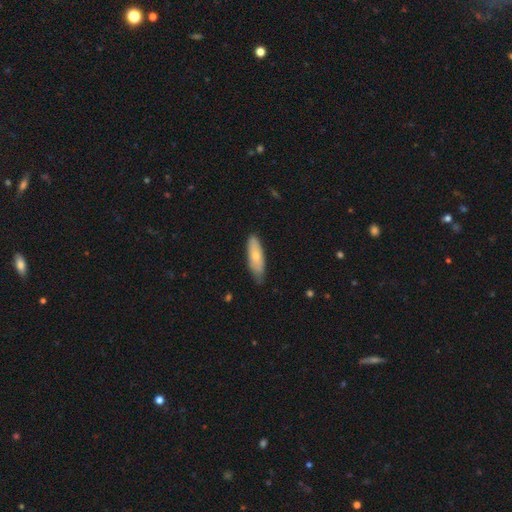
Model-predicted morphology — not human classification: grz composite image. It shows a smooth galaxy with no disk features (68%) that is in between round and cigar-shaped (53%). Merging: none (70%).